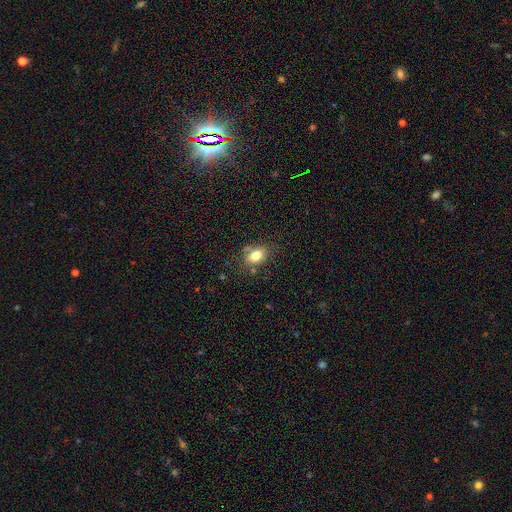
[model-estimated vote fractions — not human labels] smooth-or-featured: smooth: 80% | featured or disk: 10% | star or artifact: 10%
  how-rounded: in between: 78% | round: 20% | cigar-shaped: 1%
  merging: none: 71% | minor disturbance: 17% | merger: 8% | major disturbance: 5%